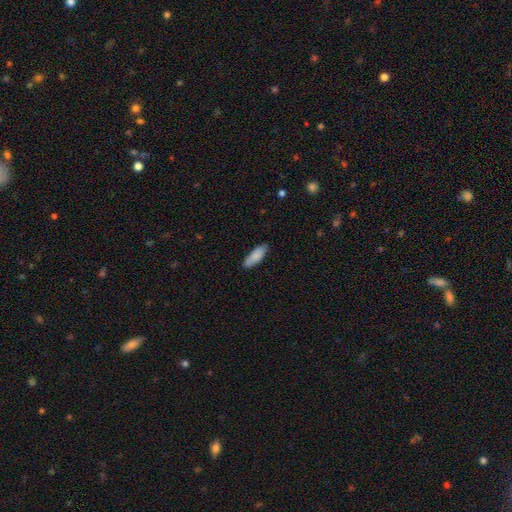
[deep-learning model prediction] smooth_or_featured: smooth (p=0.85) [alt: featured or disk p=0.09]
how_rounded: in between (p=0.61) [alt: cigar-shaped p=0.37]
merging: none (p=0.85) [alt: minor disturbance p=0.12]